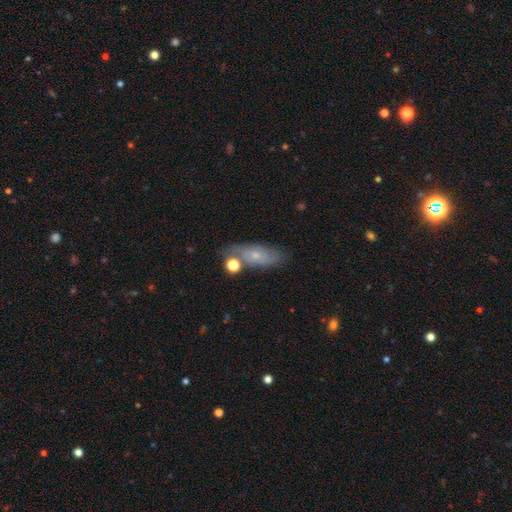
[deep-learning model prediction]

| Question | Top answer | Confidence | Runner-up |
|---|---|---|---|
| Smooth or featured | smooth | 53% | featured or disk (37%) |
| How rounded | in between | 68% | cigar-shaped (25%) |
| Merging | none | 63% | minor disturbance (20%) |